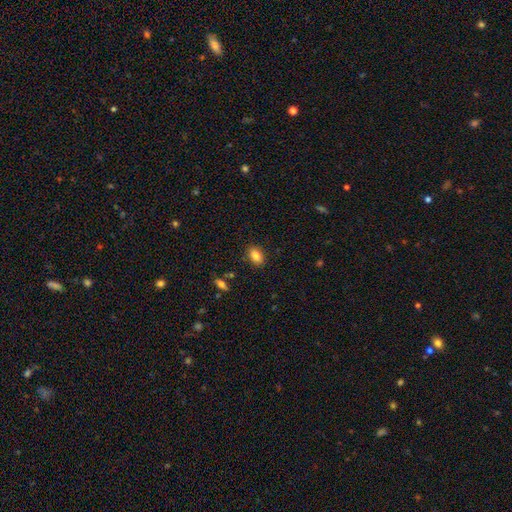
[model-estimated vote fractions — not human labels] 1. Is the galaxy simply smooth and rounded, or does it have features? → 84% smooth, 9% star or artifact, 7% featured or disk.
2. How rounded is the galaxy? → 83% in between, 15% round, 2% cigar-shaped.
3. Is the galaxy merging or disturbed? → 87% none, 9% minor disturbance, 2% major disturbance, 2% merger.